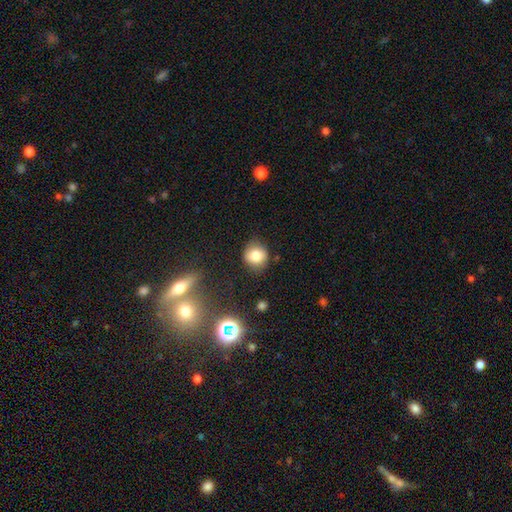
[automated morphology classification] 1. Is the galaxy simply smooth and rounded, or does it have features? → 78% smooth, 12% star or artifact, 10% featured or disk.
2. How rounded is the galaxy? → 81% round, 18% in between, 1% cigar-shaped.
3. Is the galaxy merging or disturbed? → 77% none, 17% minor disturbance, 4% major disturbance, 2% merger.